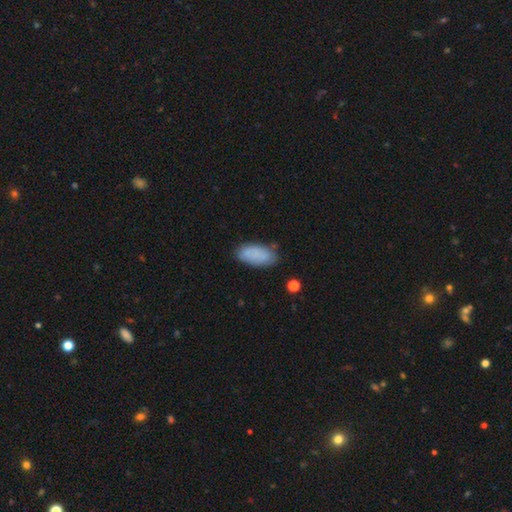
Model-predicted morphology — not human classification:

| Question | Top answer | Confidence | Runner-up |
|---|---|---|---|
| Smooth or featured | smooth | 83% | featured or disk (9%) |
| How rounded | in between | 91% | cigar-shaped (6%) |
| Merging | none | 74% | minor disturbance (19%) |